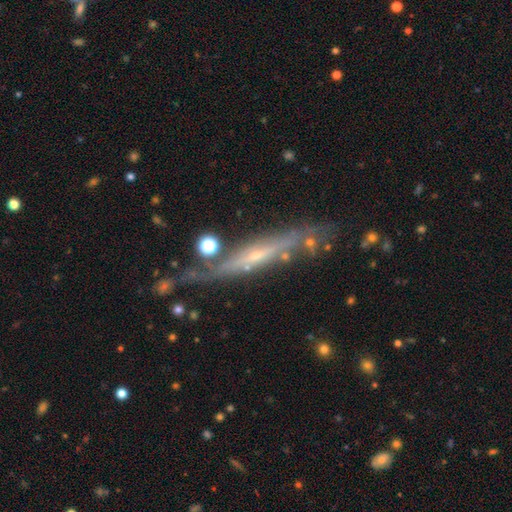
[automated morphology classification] This appears to be a featured or disk galaxy (76%) viewed edge-on (73%) with a rounded central bulge (55%). Merging: none (65%).